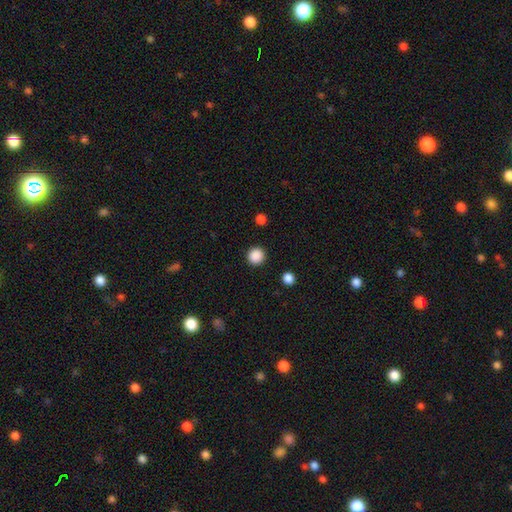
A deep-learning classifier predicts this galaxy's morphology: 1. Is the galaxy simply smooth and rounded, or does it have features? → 88% smooth, 10% star or artifact, 2% featured or disk.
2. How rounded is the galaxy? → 94% round, 5% in between, 1% cigar-shaped.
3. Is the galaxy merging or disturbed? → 92% none, 5% minor disturbance, 2% major disturbance, 1% merger.